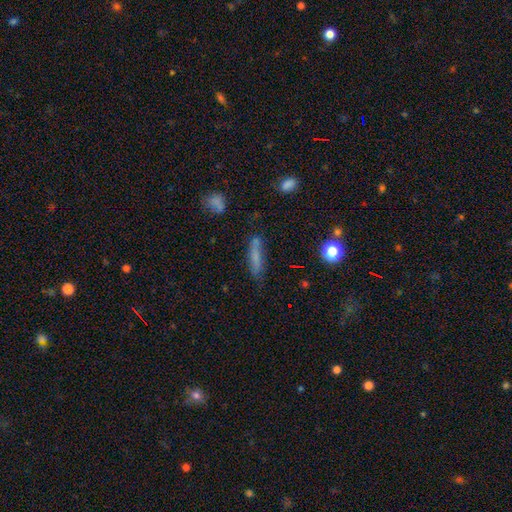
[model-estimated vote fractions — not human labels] The model was most divided on "smooth or featured": smooth: 67%, featured or disk: 21%, star or artifact: 12%. More confident: how rounded — cigar-shaped (82%); merging — none (69%).